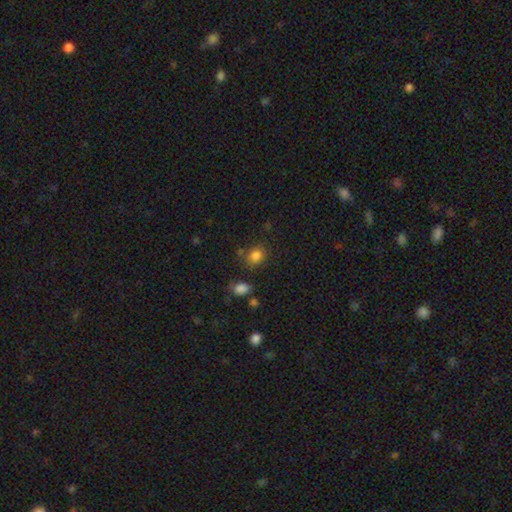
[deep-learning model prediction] Overall: smooth (82%). How rounded: round (64%; in between 35%). Merging: none (73%).